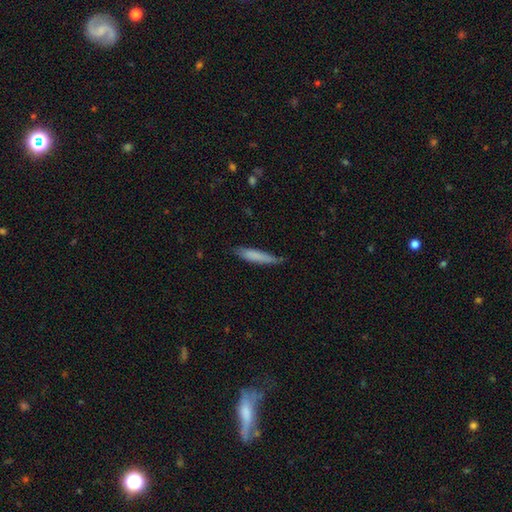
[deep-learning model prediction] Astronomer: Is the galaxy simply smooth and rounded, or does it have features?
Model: smooth — 78%.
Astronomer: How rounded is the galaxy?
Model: cigar-shaped — 88%.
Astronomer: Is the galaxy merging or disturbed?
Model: none — 72%.